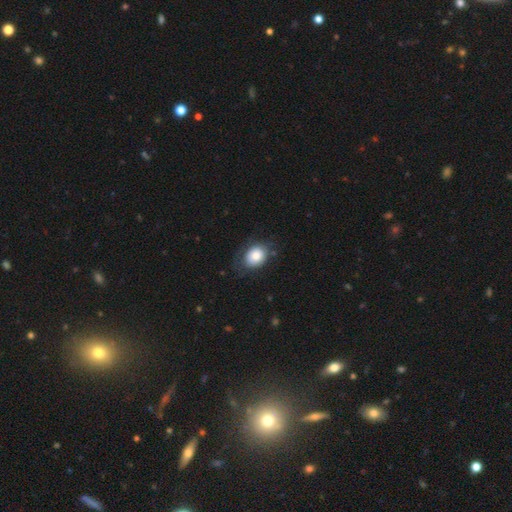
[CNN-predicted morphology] This appears to be a smooth galaxy with no disk features (80%) that is in between round and cigar-shaped (61%). Merging: none (68%).